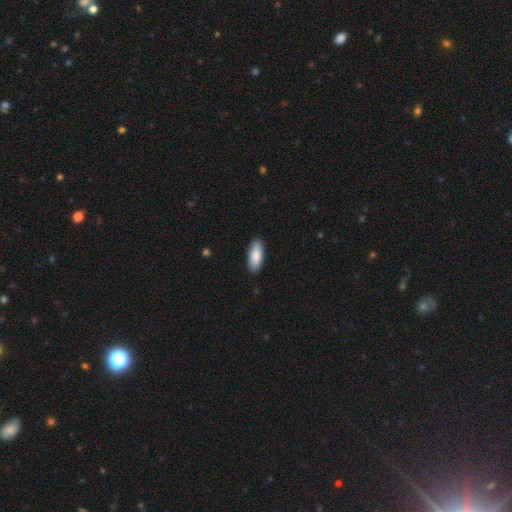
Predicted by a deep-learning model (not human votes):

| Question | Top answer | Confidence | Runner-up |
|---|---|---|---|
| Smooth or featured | smooth | 88% | featured or disk (7%) |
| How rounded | in between | 77% | cigar-shaped (22%) |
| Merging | none | 89% | minor disturbance (9%) |